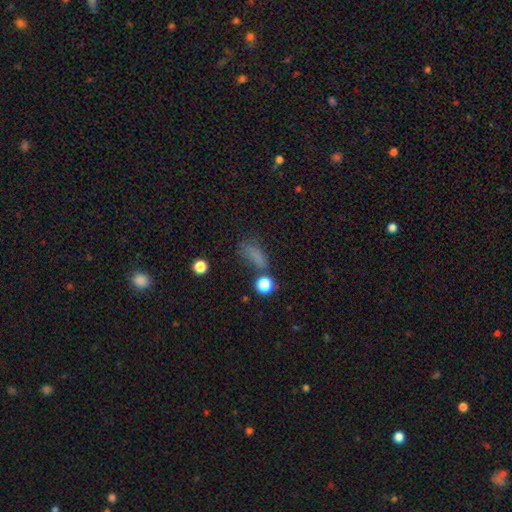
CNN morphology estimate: Smooth or featured?
  - smooth: 70% *
  - star or artifact: 20%
  - featured or disk: 10%
How rounded?
  - in between: 66% *
  - cigar-shaped: 21%
  - round: 13%
Merging?
  - none: 49% *
  - minor disturbance: 24%
  - major disturbance: 18%
  - merger: 10%